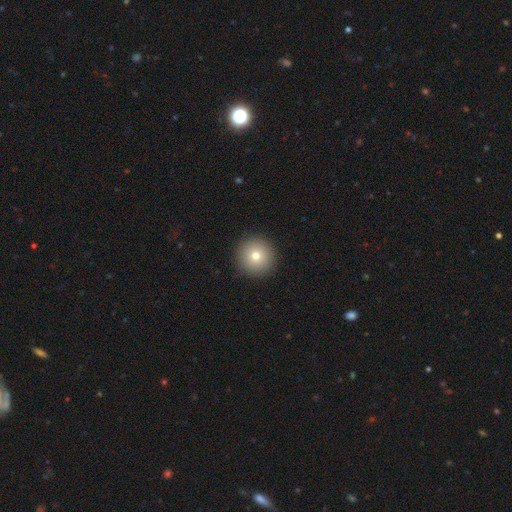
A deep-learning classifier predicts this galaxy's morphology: This is likely a smooth galaxy (77%). How rounded: clearly round (96%). Merging: clearly none (93%).